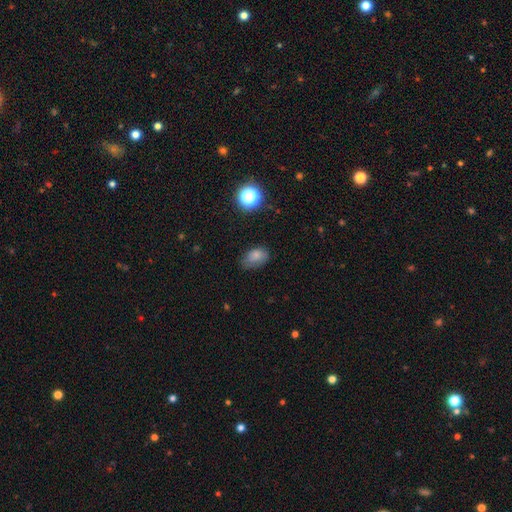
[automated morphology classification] smooth 76%, star or artifact 13%, featured or disk 11%. Down the decision tree: how rounded — in between (84%); merging — none (57%).